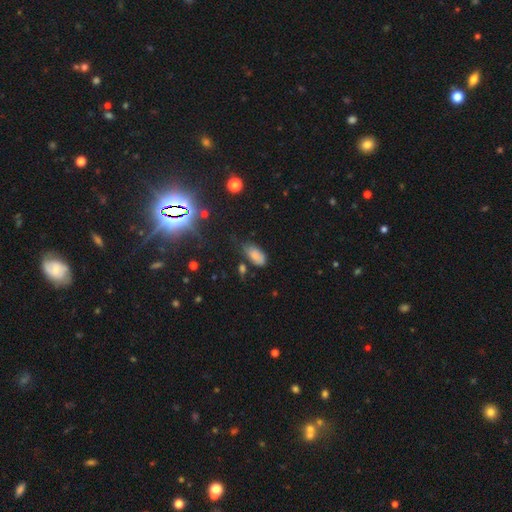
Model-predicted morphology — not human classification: smooth-or-featured: smooth: 79% | star or artifact: 12% | featured or disk: 9%
  how-rounded: in between: 92% | cigar-shaped: 5% | round: 3%
  merging: none: 53% | minor disturbance: 33% | major disturbance: 9% | merger: 6%